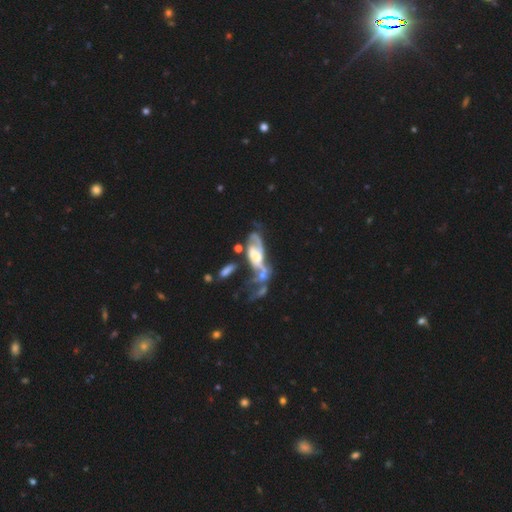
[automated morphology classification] Smooth or featured? featured or disk (76%)
Edge-on disk? no (89%)
Bar? no (55%)
Spiral arms? yes (78%)
Spiral winding? medium (37%)
Spiral arm count? 2 (53%)
Bulge size? moderate (32%)
Merging? merger (41%)